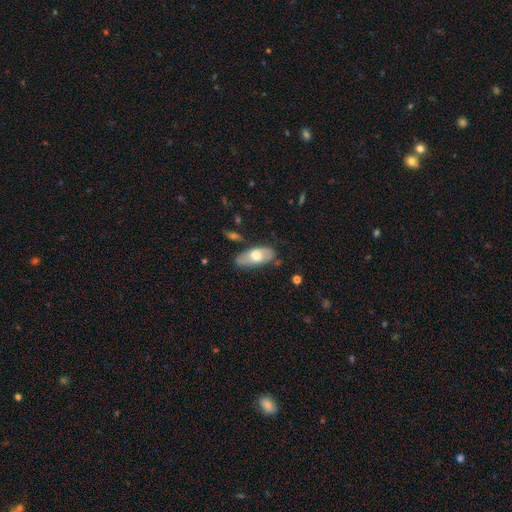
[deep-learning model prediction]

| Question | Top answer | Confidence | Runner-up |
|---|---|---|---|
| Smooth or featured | smooth | 59% | featured or disk (35%) |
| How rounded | in between | 89% | cigar-shaped (8%) |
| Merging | none | 69% | minor disturbance (22%) |